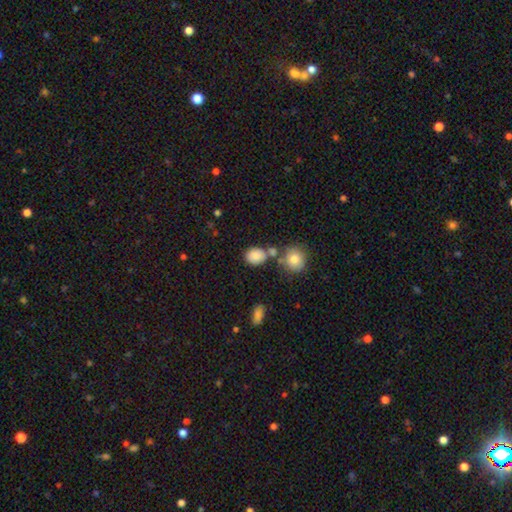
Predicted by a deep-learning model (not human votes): smooth 84%, star or artifact 10%, featured or disk 6%. Down the decision tree: how rounded — in between (53%); merging — none (62%).